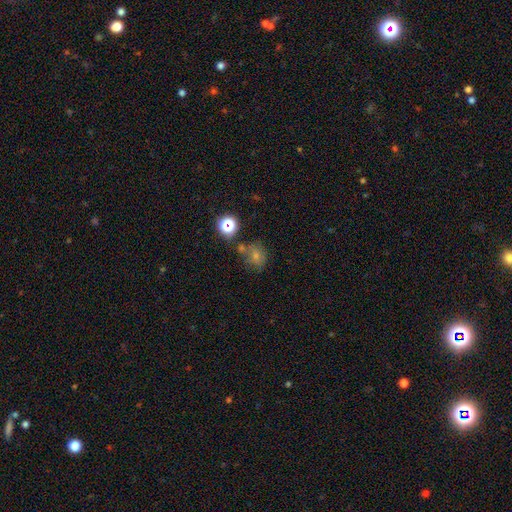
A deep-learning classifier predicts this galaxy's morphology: Smooth or featured?
  - smooth: 50% *
  - star or artifact: 34%
  - featured or disk: 16%
How rounded?
  - round: 71% *
  - in between: 28%
  - cigar-shaped: 1%
Merging?
  - none: 66% *
  - minor disturbance: 16%
  - merger: 11%
  - major disturbance: 7%